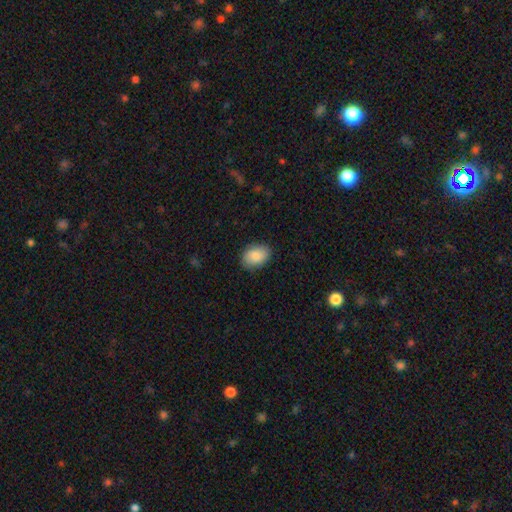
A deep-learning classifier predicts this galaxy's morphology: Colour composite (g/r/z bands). It shows a smooth galaxy with no disk features (85%) that is in between round and cigar-shaped (77%). Merging: none (84%).